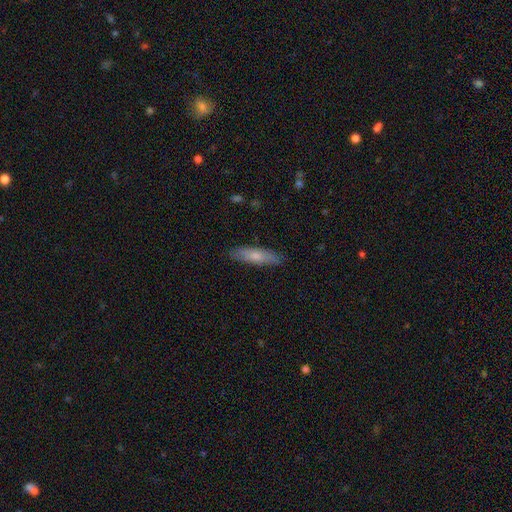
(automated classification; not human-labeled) Smooth or featured?
  - smooth: 68% *
  - featured or disk: 26%
  - star or artifact: 6%
How rounded?
  - cigar-shaped: 70% *
  - in between: 28%
  - round: 2%
Merging?
  - none: 86% *
  - minor disturbance: 11%
  - major disturbance: 2%
  - merger: 1%